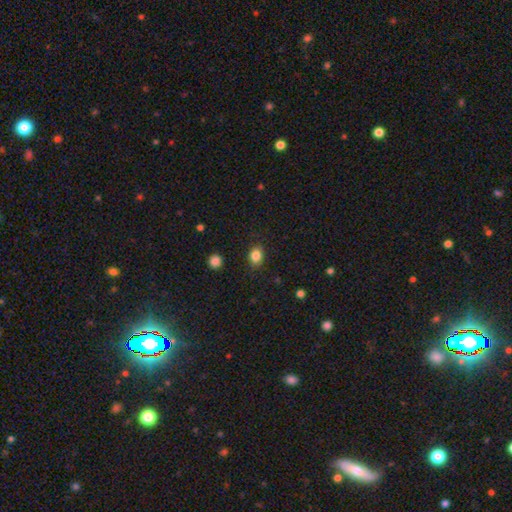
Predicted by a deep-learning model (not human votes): This is clearly a smooth galaxy (85%). How rounded: likely in between (61%). Merging: clearly none (86%).